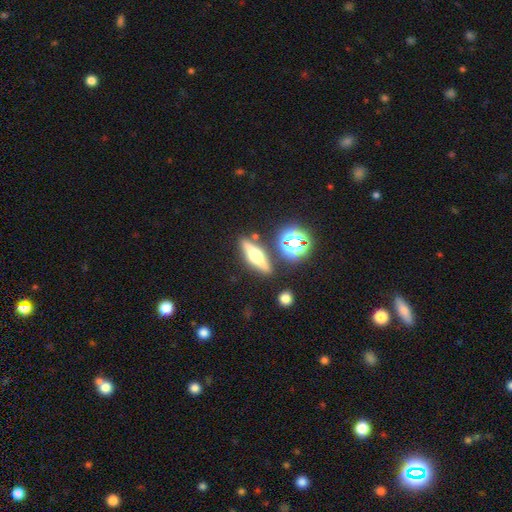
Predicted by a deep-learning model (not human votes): The model was most divided on "smooth or featured": featured or disk: 66%, smooth: 21%, star or artifact: 13%. More confident: edge-on bulge — rounded (95%); edge-on disk — yes (93%); merging — none (85%).